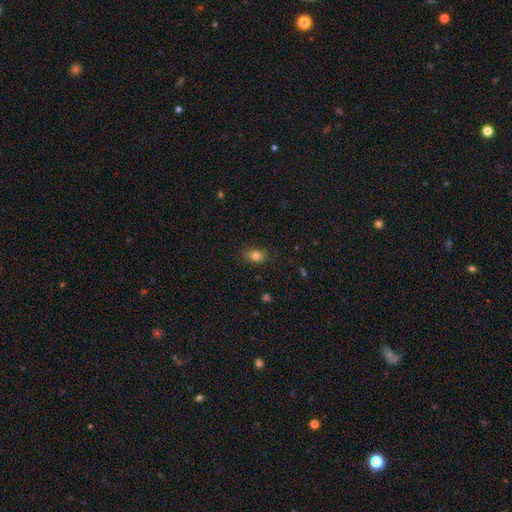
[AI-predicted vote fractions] A smooth galaxy with no disk features (80%) that is in between round and cigar-shaped (76%).

Vote fractions:
- Smooth or featured? smooth: 80% / star or artifact: 11% / featured or disk: 9%
- How rounded? in between: 76% / round: 21% / cigar-shaped: 2%
- Merging? none: 85% / minor disturbance: 11% / major disturbance: 3% / merger: 1%